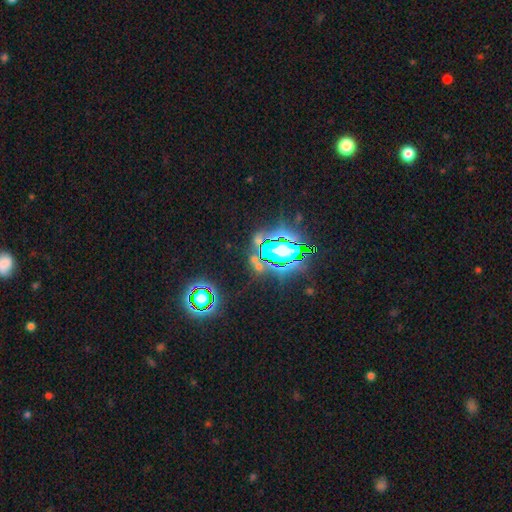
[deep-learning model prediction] This is likely a star or artifact rather than a galaxy (72%).